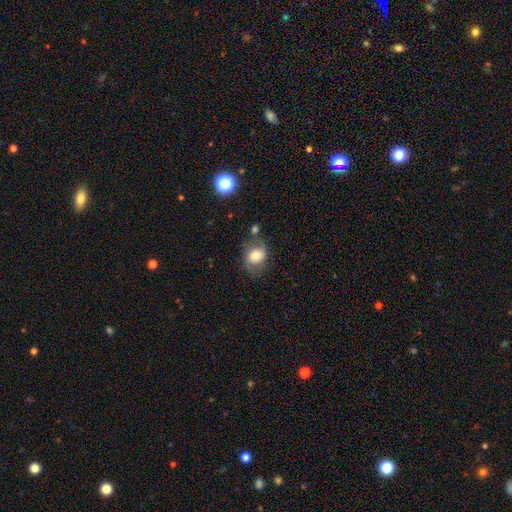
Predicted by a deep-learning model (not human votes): A smooth galaxy with no disk features (62%) that is round (53%).

Vote fractions:
- Smooth or featured? smooth: 62% / featured or disk: 28% / star or artifact: 9%
- How rounded? round: 53% / in between: 46% / cigar-shaped: 1%
- Merging? none: 53% / minor disturbance: 24% / major disturbance: 13% / merger: 9%